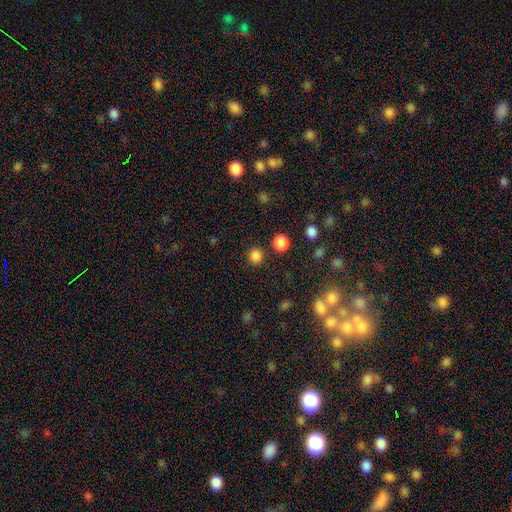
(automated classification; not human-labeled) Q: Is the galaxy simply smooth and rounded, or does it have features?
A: smooth — 83%.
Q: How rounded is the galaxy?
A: round — 86%.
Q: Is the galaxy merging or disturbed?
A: none — 87%.